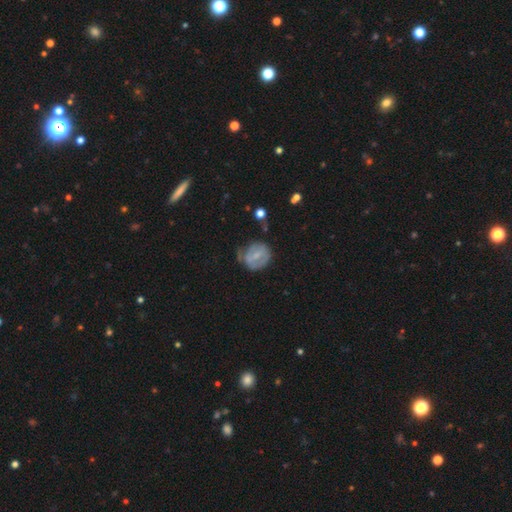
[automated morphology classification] This is possibly a featured or disk galaxy (47%). Merging: possibly none (47%).